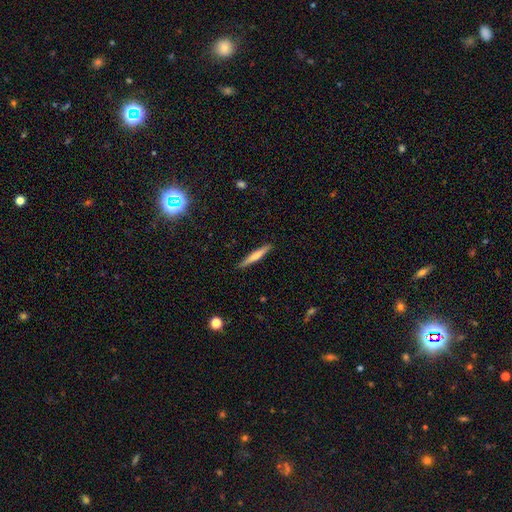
Overall: smooth (59%; featured or disk 36%). How rounded: cigar-shaped (100%). Merging: none (97%).